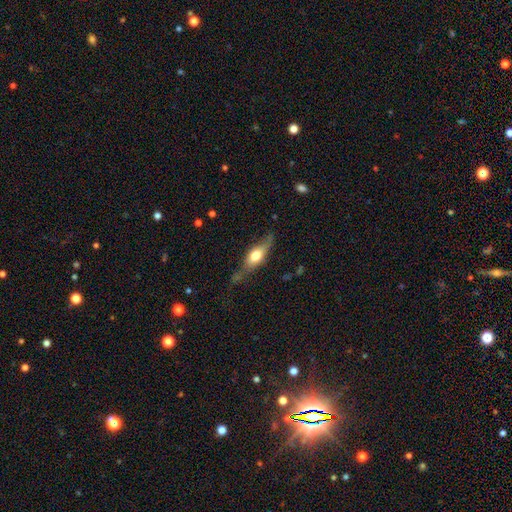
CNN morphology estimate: Q: Smooth or featured?
A: featured or disk (49%); runner-up: smooth (45%)
Q: Merging?
A: none (57%); runner-up: minor disturbance (28%)